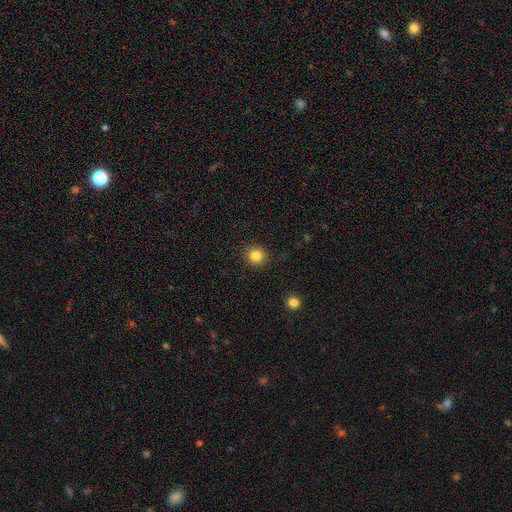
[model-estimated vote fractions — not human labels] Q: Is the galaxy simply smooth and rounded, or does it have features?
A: smooth — 85%.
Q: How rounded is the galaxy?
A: round — 91%.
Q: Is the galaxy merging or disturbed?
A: none — 90%.